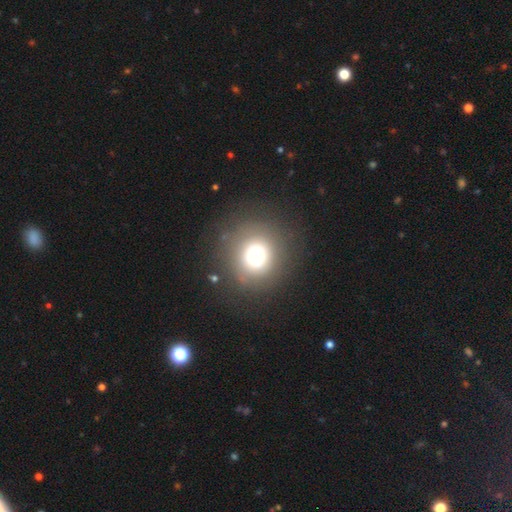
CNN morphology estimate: A smooth galaxy with no disk features (63%) that is round (90%).

Vote fractions:
- Smooth or featured? smooth: 63% / featured or disk: 23% / star or artifact: 14%
- How rounded? round: 90% / in between: 9% / cigar-shaped: 1%
- Merging? none: 81% / minor disturbance: 10% / major disturbance: 7% / merger: 2%